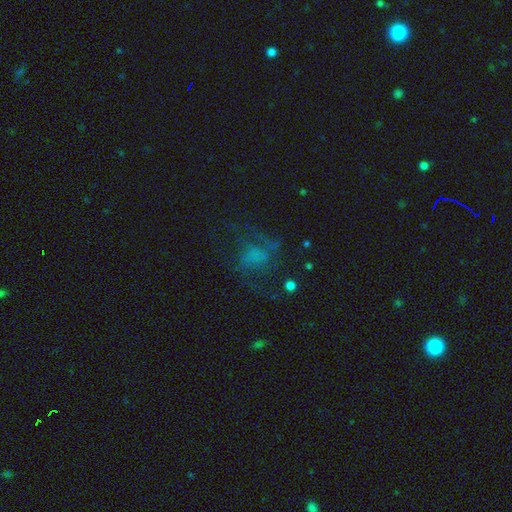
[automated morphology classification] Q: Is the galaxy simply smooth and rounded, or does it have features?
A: featured or disk — 47%.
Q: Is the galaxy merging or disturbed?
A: none — 46%.